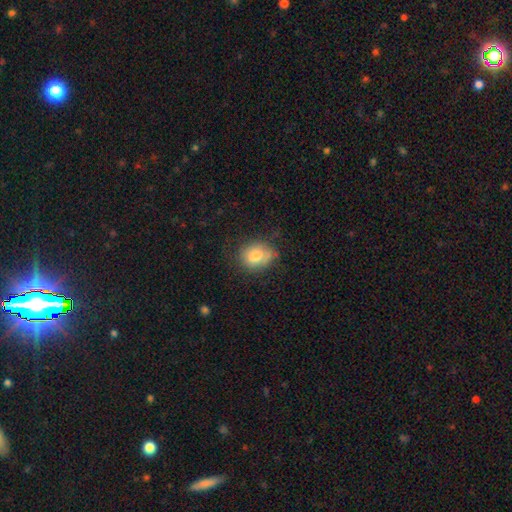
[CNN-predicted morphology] Q: Smooth or featured?
A: smooth (75%); runner-up: featured or disk (16%)
Q: How rounded?
A: round (59%); runner-up: in between (40%)
Q: Merging?
A: none (66%); runner-up: minor disturbance (24%)